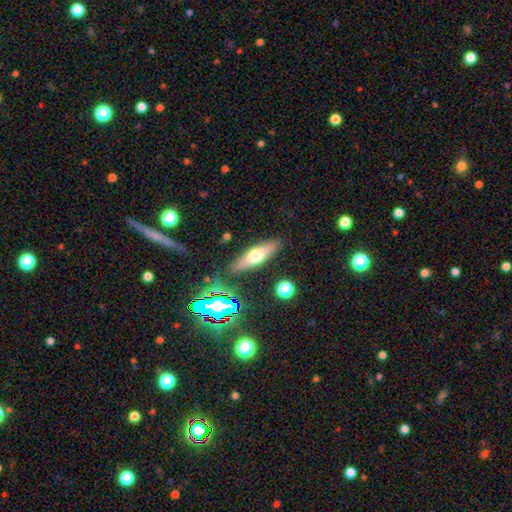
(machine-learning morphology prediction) A smooth galaxy with no disk features (53%) that is cigar-shaped (55%).

Vote fractions:
- Smooth or featured? smooth: 53% / featured or disk: 38% / star or artifact: 9%
- How rounded? cigar-shaped: 55% / in between: 42% / round: 3%
- Merging? none: 85% / minor disturbance: 10% / merger: 3% / major disturbance: 3%